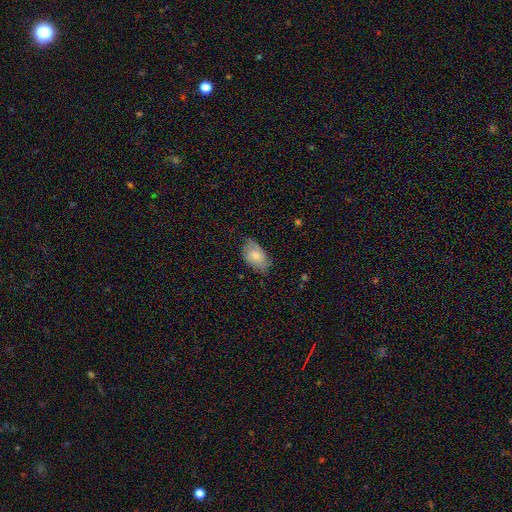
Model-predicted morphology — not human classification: type=smooth (67%); roundness=in between (92%); merging=none (69%).